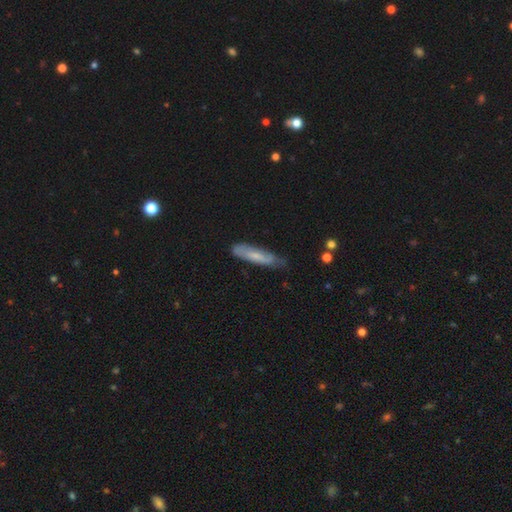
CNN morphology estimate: type=smooth (57%); roundness=cigar-shaped (78%); merging=none (64%).